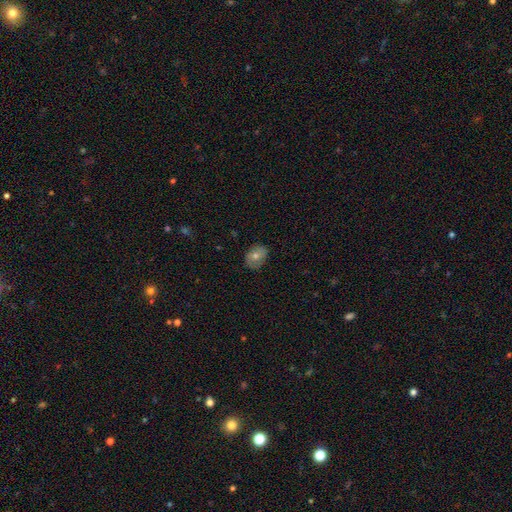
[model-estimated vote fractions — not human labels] Smooth or featured: smooth — 63% (featured or disk — 27%)
How rounded: in between — 63% (round — 36%)
Merging: none — 79% (minor disturbance — 17%)